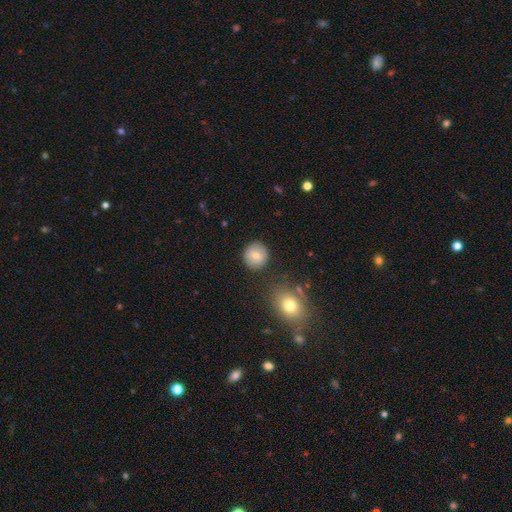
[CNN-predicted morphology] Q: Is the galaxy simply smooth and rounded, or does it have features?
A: smooth — 82%.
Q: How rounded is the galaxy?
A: round — 90%.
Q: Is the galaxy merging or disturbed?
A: none — 86%.